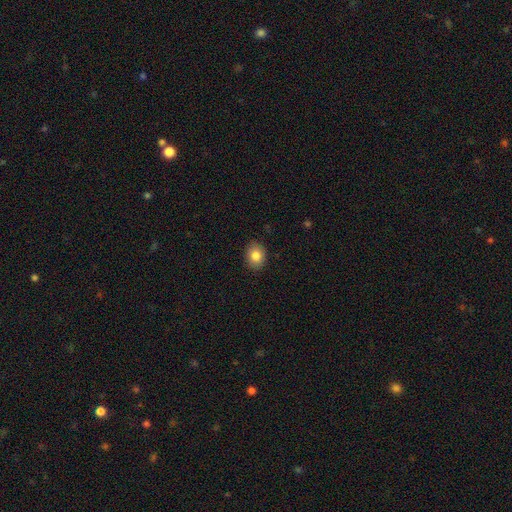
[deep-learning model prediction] A smooth galaxy with no disk features (84%) that is in between round and cigar-shaped (53%).

Vote fractions:
- Smooth or featured? smooth: 84% / star or artifact: 9% / featured or disk: 8%
- How rounded? in between: 53% / round: 46% / cigar-shaped: 1%
- Merging? none: 88% / minor disturbance: 9% / major disturbance: 2% / merger: 1%